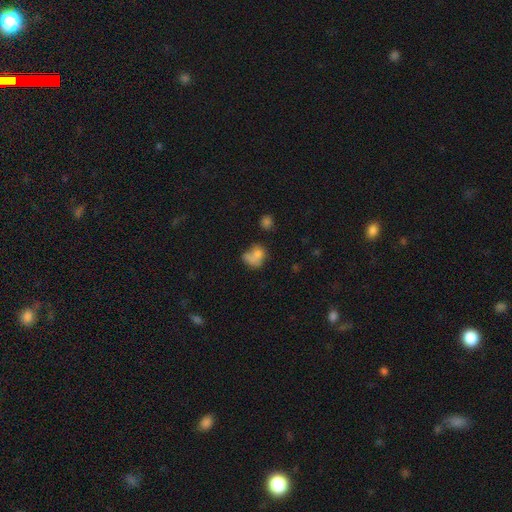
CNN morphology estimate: This is likely a smooth galaxy (70%). How rounded: possibly round (50%). Merging: marginally merger (33%).